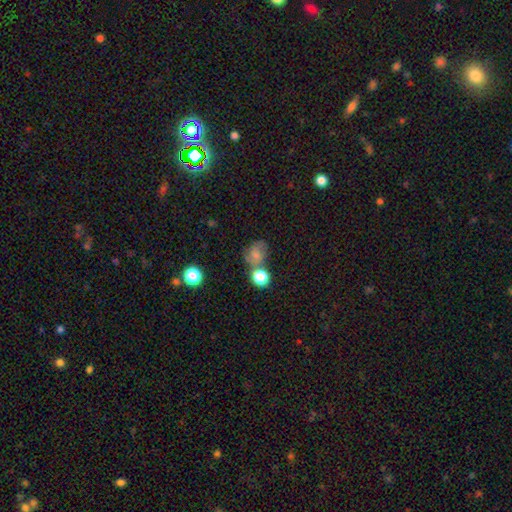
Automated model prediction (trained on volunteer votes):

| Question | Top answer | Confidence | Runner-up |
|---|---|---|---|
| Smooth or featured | smooth | 67% | featured or disk (17%) |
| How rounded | round | 51% | in between (47%) |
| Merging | none | 40% | merger (30%) |